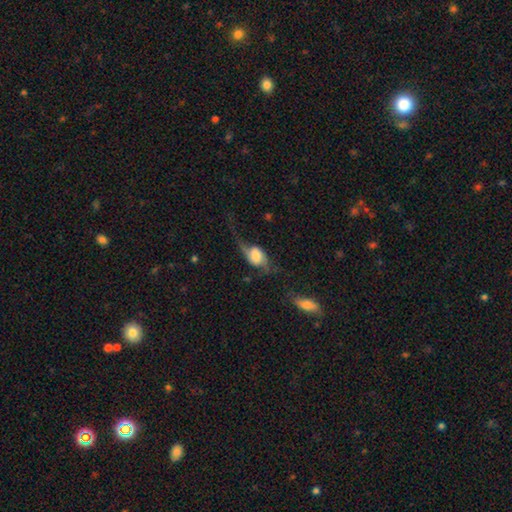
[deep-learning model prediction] Smooth or featured? featured or disk (55%)
Edge-on disk? no (89%)
Merging? major disturbance (38%)